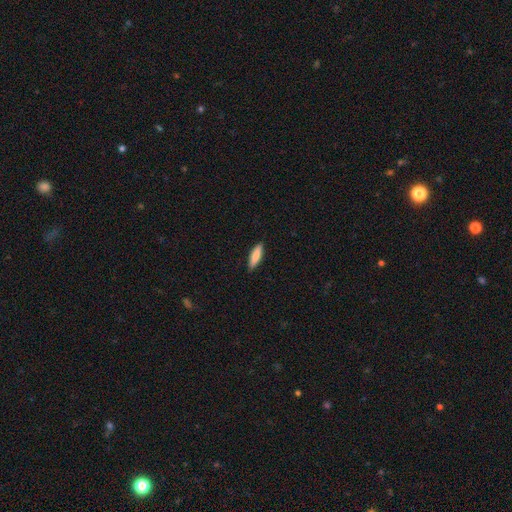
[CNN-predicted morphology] smooth 81%, featured or disk 14%, star or artifact 6%. Down the decision tree: how rounded — cigar-shaped (62%); merging — none (88%).